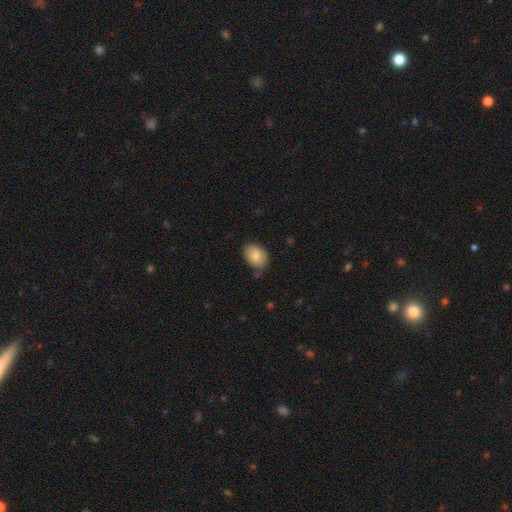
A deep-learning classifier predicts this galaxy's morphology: Q: Smooth or featured?
A: smooth (84%); runner-up: featured or disk (9%)
Q: How rounded?
A: in between (80%); runner-up: round (19%)
Q: Merging?
A: none (68%); runner-up: minor disturbance (24%)